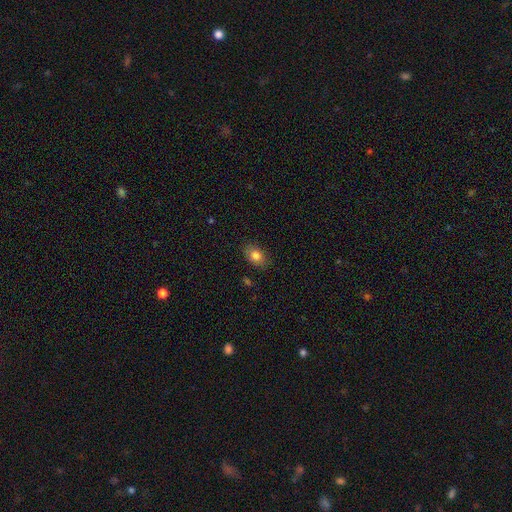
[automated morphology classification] The model was most divided on "how rounded": in between: 80%, round: 18%, cigar-shaped: 1%. More confident: merging — none (83%); smooth or featured — smooth (82%).